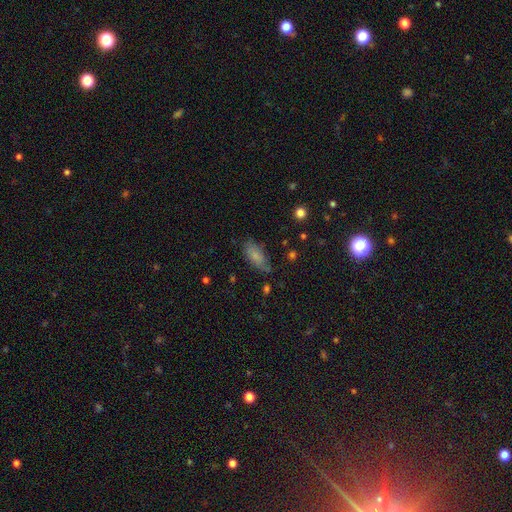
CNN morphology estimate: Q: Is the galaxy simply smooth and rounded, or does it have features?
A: smooth — 76%.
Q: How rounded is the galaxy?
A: in between — 84%.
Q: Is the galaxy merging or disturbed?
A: none — 64%.